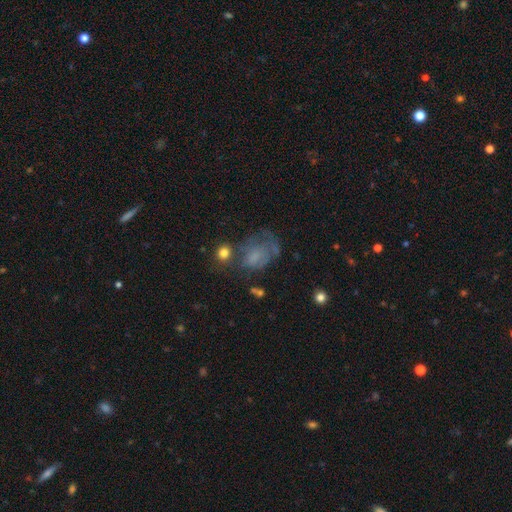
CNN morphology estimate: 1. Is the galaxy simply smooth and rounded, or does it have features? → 50% smooth, 34% featured or disk, 16% star or artifact.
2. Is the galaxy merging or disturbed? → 35% major disturbance, 32% none, 24% minor disturbance, 9% merger.